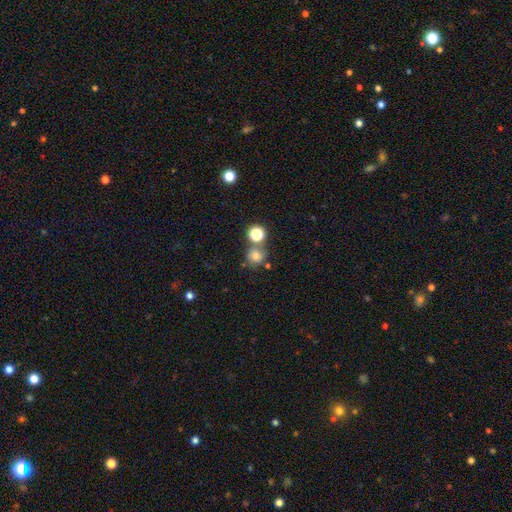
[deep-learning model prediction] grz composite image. It shows a smooth galaxy with no disk features (75%) that is round (84%). Merging: none (59%).